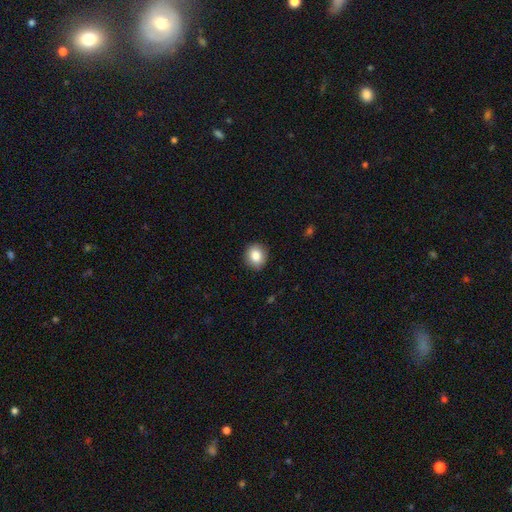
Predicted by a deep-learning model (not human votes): A smooth galaxy with no disk features (85%) that is round (74%).

Vote fractions:
- Smooth or featured? smooth: 85% / star or artifact: 9% / featured or disk: 7%
- How rounded? round: 74% / in between: 25% / cigar-shaped: 1%
- Merging? none: 90% / minor disturbance: 8% / major disturbance: 2% / merger: 1%